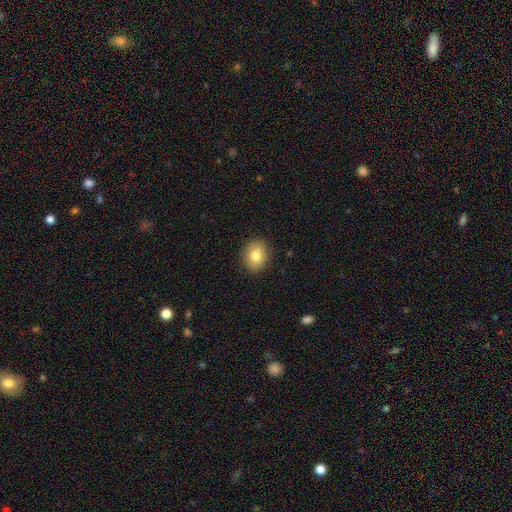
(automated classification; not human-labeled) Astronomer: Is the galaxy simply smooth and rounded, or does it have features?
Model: smooth — 81%.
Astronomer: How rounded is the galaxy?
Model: round — 56% (runner-up: in between, 43%).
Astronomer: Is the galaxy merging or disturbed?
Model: none — 90%.